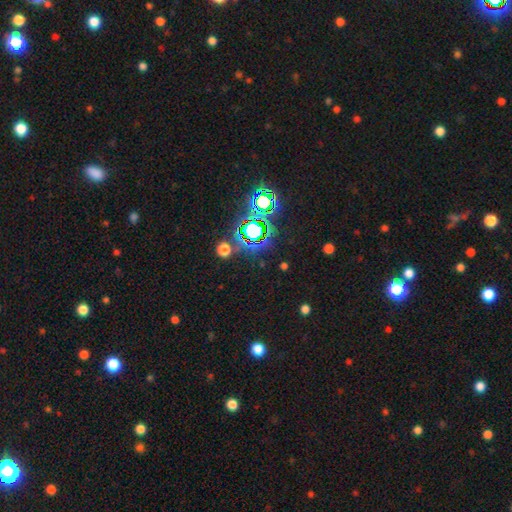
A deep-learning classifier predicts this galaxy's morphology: star or artifact 80%, smooth 13%, featured or disk 7%.